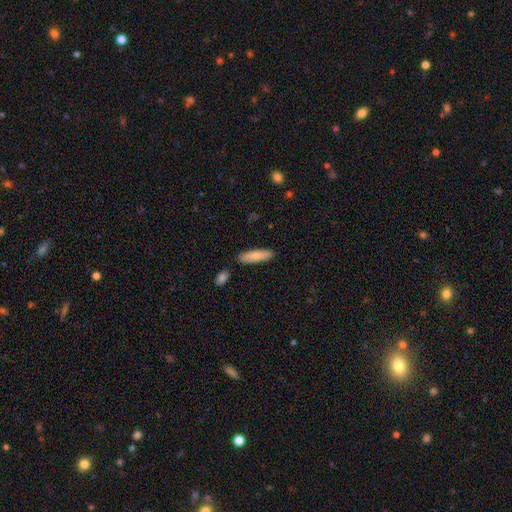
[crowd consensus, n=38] A smooth galaxy with no disk features (76%) that is cigar-shaped (52%). Merging: none (86%).